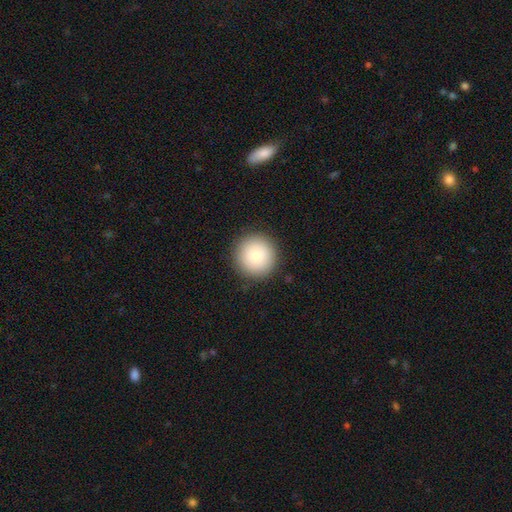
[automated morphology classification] Smooth or featured: smooth — 83% (star or artifact — 8%)
How rounded: round — 96% (in between — 3%)
Merging: none — 91% (minor disturbance — 6%)